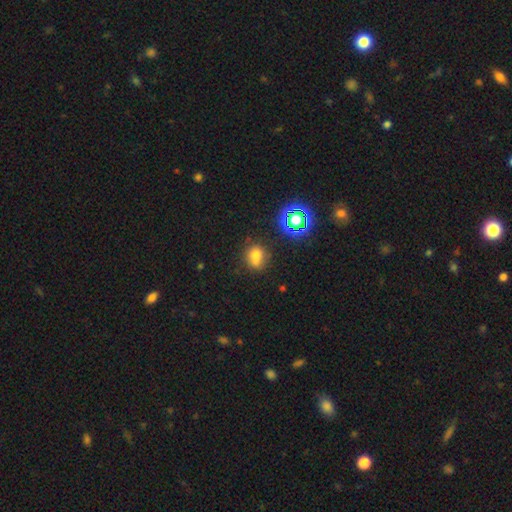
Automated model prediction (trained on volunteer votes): Smooth or featured: smooth — 67% (star or artifact — 21%)
How rounded: round — 67% (in between — 32%)
Merging: none — 56% (merger — 22%)